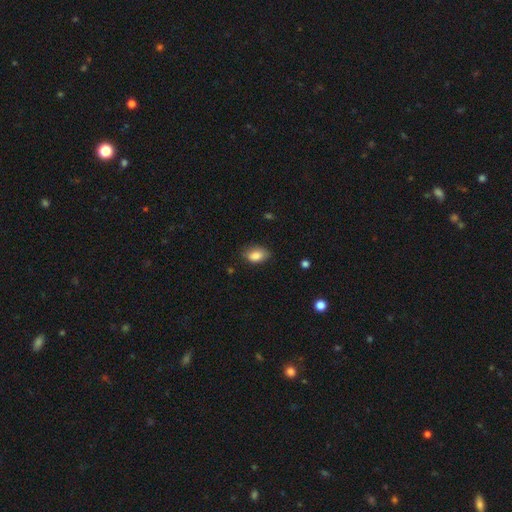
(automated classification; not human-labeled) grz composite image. It shows a smooth galaxy with no disk features (84%) that is in between round and cigar-shaped (86%). Merging: none (75%).